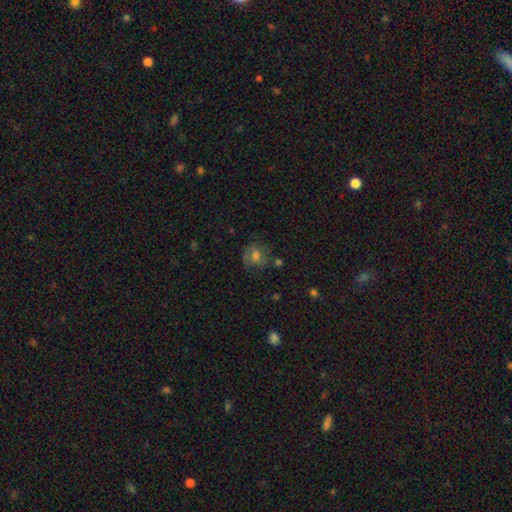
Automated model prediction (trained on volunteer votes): smooth-or-featured: smooth: 54% | featured or disk: 31% | star or artifact: 15%
  how-rounded: round: 75% | in between: 23% | cigar-shaped: 1%
  merging: none: 63% | minor disturbance: 21% | major disturbance: 11% | merger: 5%